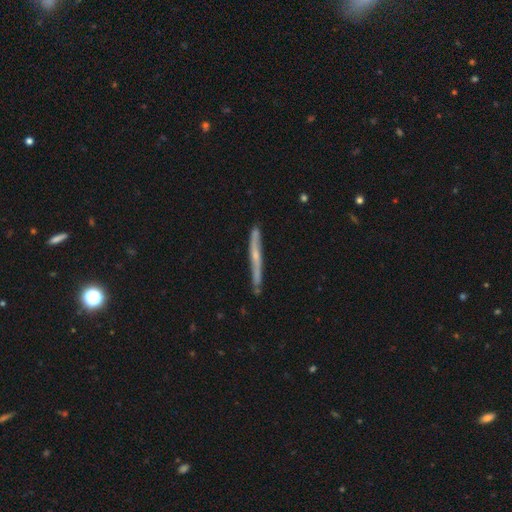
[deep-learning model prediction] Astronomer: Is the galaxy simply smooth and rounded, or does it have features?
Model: featured or disk — 66%.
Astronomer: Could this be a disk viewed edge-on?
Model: yes — 94%.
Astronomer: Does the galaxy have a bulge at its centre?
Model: rounded — 49% (runner-up: none, 45%).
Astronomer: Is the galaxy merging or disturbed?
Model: none — 81%.